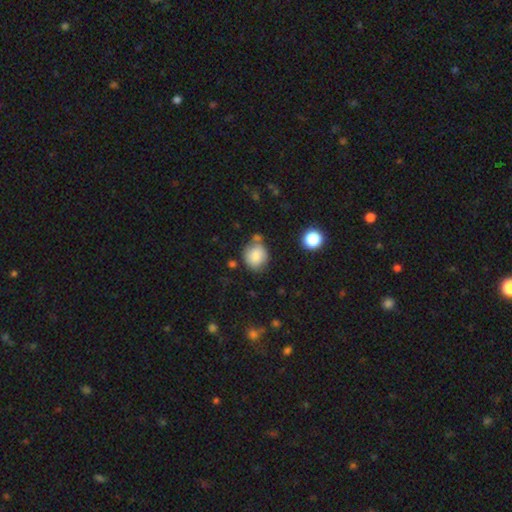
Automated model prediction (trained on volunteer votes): smooth 82%, star or artifact 9%, featured or disk 9%. Down the decision tree: how rounded — round (74%); merging — none (66%).